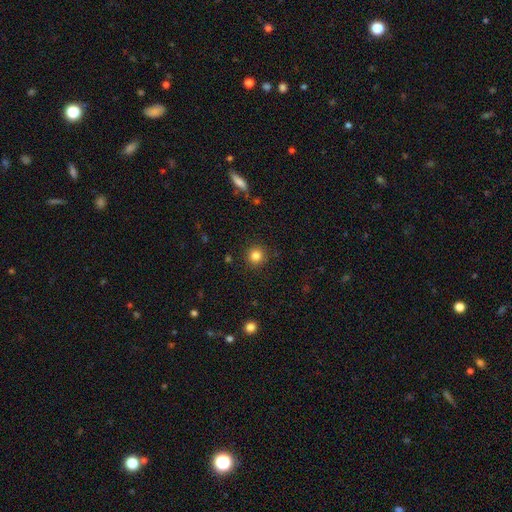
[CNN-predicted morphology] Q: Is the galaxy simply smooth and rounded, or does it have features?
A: smooth — 83%.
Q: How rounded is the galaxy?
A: round — 94%.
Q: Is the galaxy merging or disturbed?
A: none — 90%.